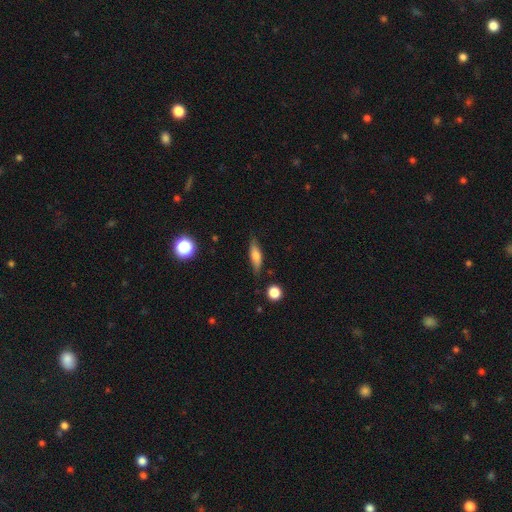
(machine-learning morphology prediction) This appears to be a smooth galaxy with no disk features (64%) that is cigar-shaped (52%). Merging: none (78%).